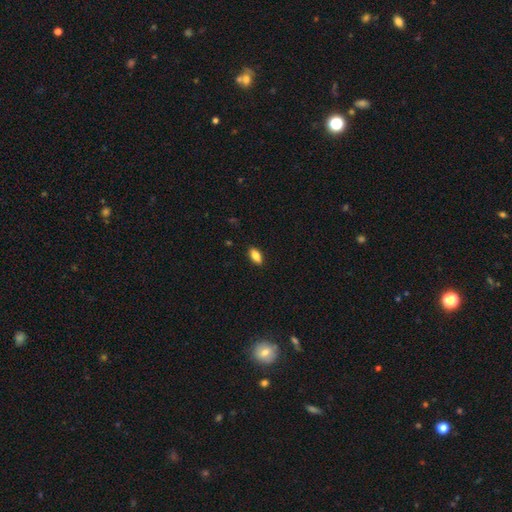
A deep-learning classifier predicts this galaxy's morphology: Overall: smooth (86%). How rounded: in between (89%). Merging: none (89%).